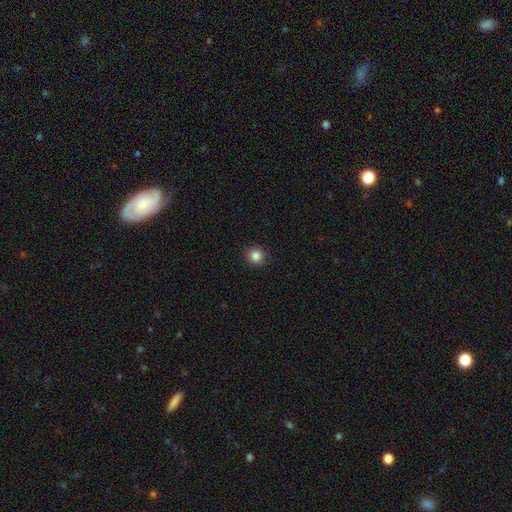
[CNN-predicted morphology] Smooth or featured: smooth — 86% (star or artifact — 11%)
How rounded: round — 93% (in between — 7%)
Merging: none — 92% (minor disturbance — 5%)